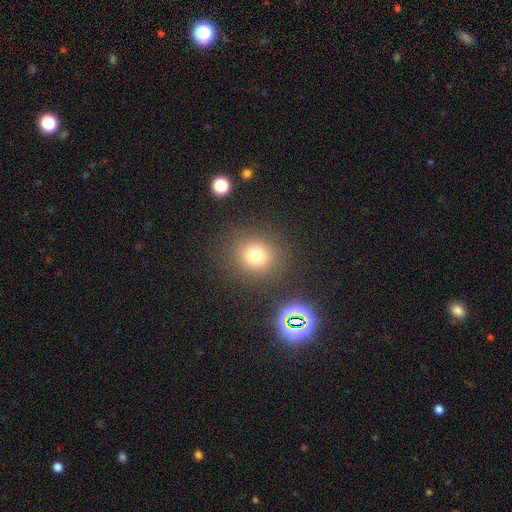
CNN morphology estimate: This is likely a smooth galaxy (74%). How rounded: clearly round (89%). Merging: clearly none (85%).